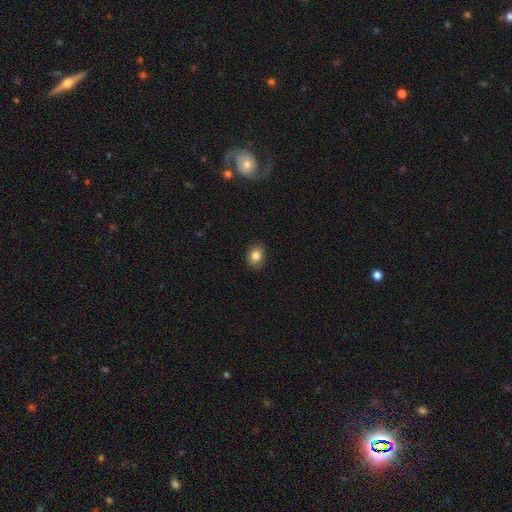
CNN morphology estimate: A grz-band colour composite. It shows a smooth galaxy with no disk features (84%) that is in between round and cigar-shaped (51%). Merging: none (89%).